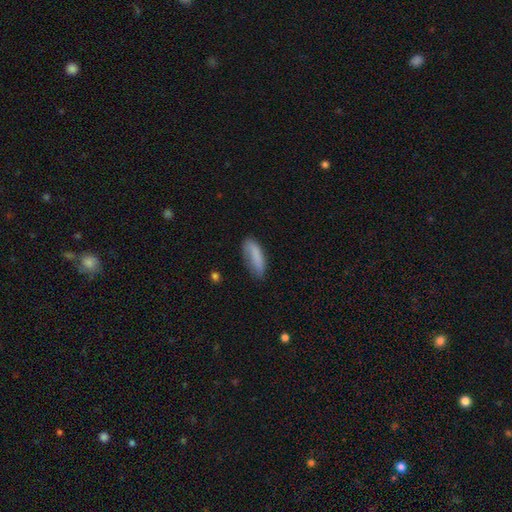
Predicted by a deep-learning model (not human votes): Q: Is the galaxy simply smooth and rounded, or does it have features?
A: smooth — 82%.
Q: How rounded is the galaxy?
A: in between — 55%.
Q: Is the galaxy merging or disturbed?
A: none — 61%.